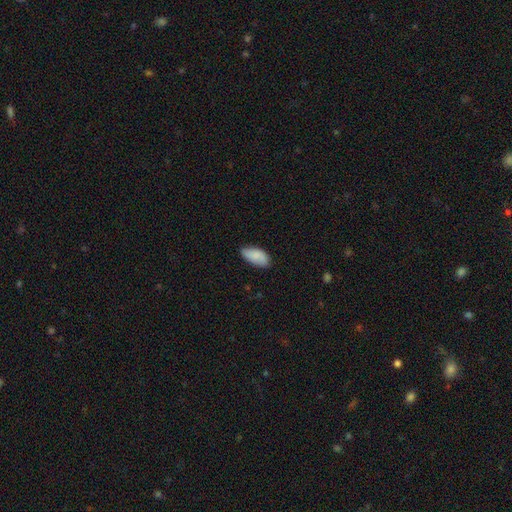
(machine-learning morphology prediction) Smooth or featured? Predicted: smooth (p=0.85). How rounded? Predicted: in between (p=0.93). Merging? Predicted: none (p=0.75).